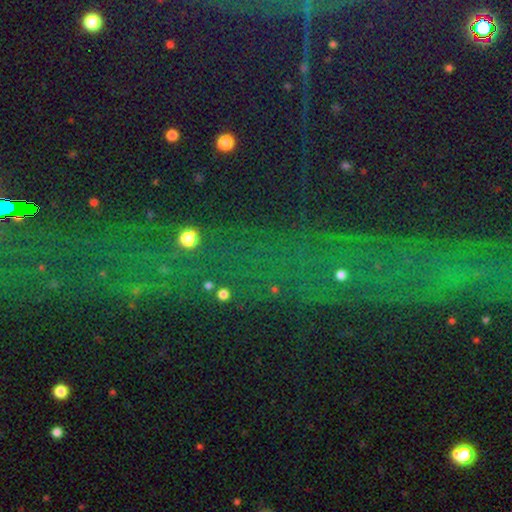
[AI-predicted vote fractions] A star or artifact, not a galaxy (77%).